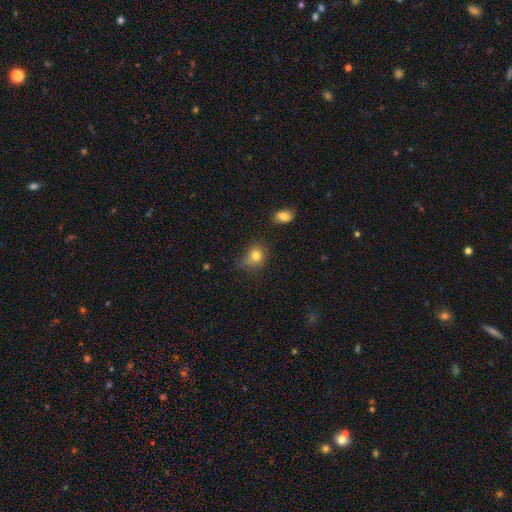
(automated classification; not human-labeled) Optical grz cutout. It shows a smooth galaxy with no disk features (79%) that is round (65%). Merging: none (56%).